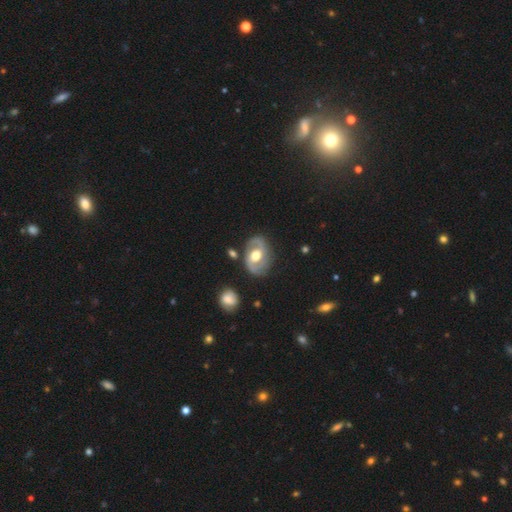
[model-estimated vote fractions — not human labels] Overall: featured or disk (78%). Edge-on disk: no (97%). Bar: no (44%; weak 40%). Spiral arms: yes (86%). Spiral arm count: 2 (88%). Spiral winding: medium (50%; tight 26%). Bulge size: moderate (72%). Merging: none (76%).